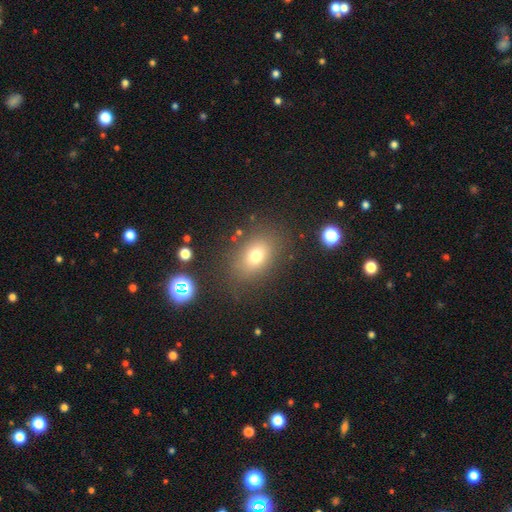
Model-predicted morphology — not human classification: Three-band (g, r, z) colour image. It shows a smooth galaxy with no disk features (73%) that is in between round and cigar-shaped (71%). Merging: none (81%).